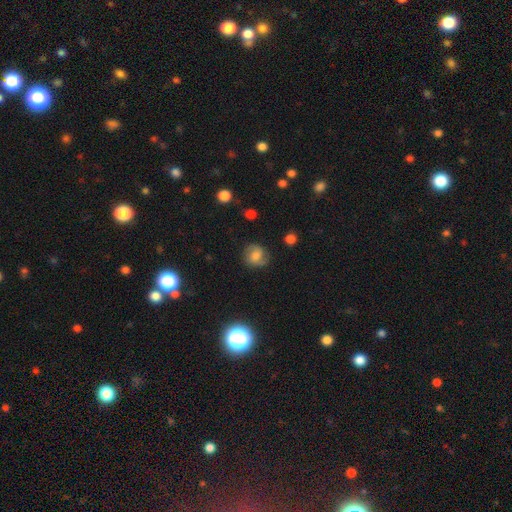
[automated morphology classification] Q: Smooth or featured?
A: featured or disk (46%); runner-up: smooth (43%)
Q: Merging?
A: none (77%); runner-up: minor disturbance (16%)